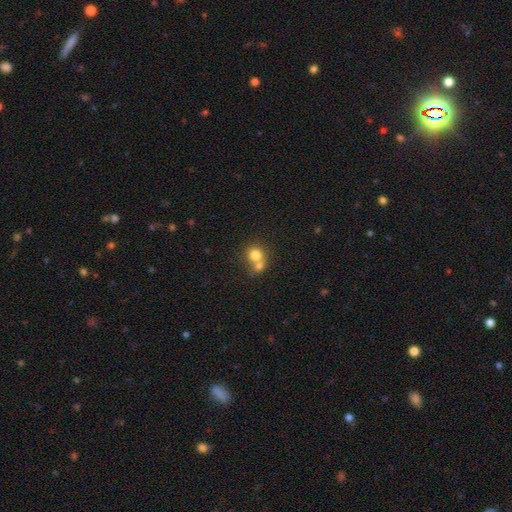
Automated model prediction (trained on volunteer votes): smooth 76%, featured or disk 13%, star or artifact 11%. Down the decision tree: how rounded — round (77%); merging — merger (59%).